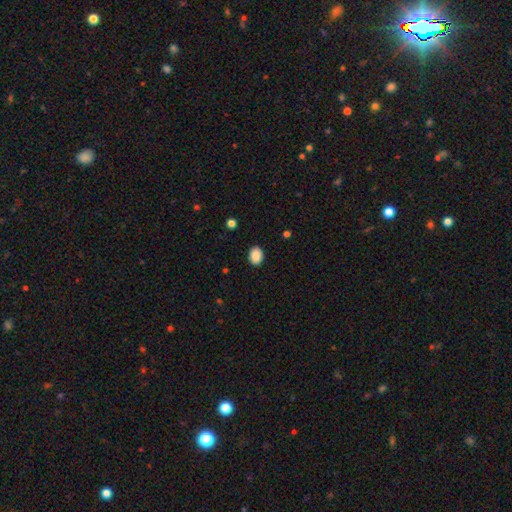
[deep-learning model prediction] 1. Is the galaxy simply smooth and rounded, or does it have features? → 90% smooth, 7% star or artifact, 3% featured or disk.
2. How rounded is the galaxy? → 72% in between, 27% round, 1% cigar-shaped.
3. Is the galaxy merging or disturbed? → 89% none, 8% minor disturbance, 2% major disturbance, 1% merger.